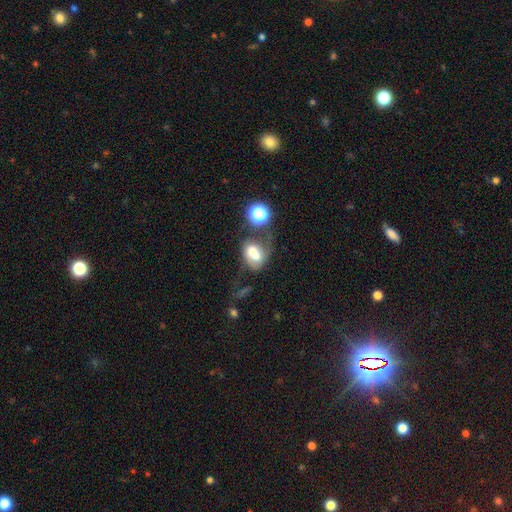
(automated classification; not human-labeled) Smooth or featured? Predicted: smooth (p=0.58). How rounded? Predicted: in between (p=0.54). Merging? Predicted: merger (p=0.56).